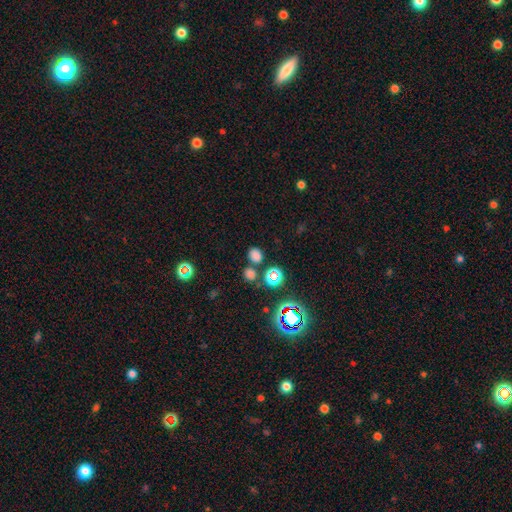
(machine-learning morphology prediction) Overall: smooth (70%). How rounded: round (69%; in between 30%). Merging: none (74%).